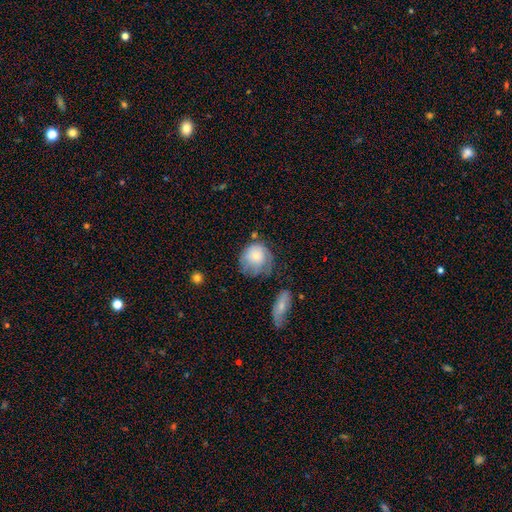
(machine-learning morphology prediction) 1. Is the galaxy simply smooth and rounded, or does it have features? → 69% smooth, 23% featured or disk, 8% star or artifact.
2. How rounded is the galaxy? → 81% round, 18% in between, 1% cigar-shaped.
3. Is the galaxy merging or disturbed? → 44% none, 30% minor disturbance, 19% major disturbance, 7% merger.